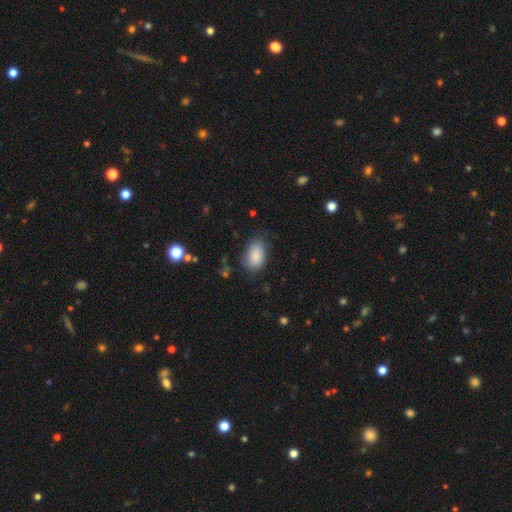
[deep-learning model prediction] smooth 86%, star or artifact 8%, featured or disk 6%. Down the decision tree: how rounded — in between (87%); merging — none (66%).